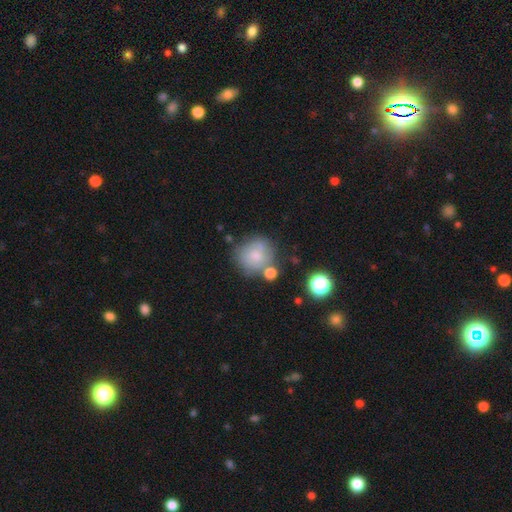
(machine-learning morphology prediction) A smooth galaxy with no disk features (62%) that is round (86%). Merging: none (58%).